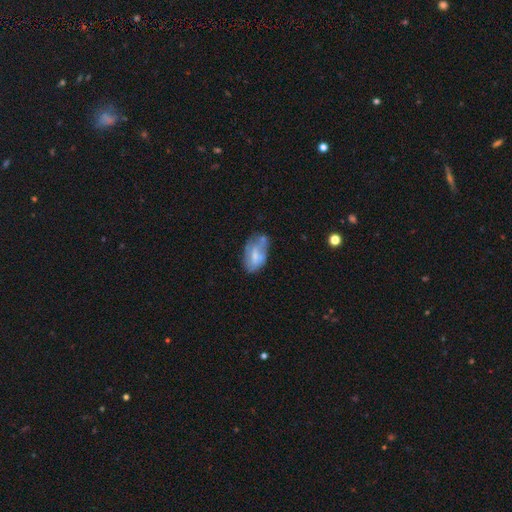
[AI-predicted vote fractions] Overall: smooth (55%; featured or disk 37%). How rounded: in between (93%). Merging: none (41%; minor disturbance 34%).